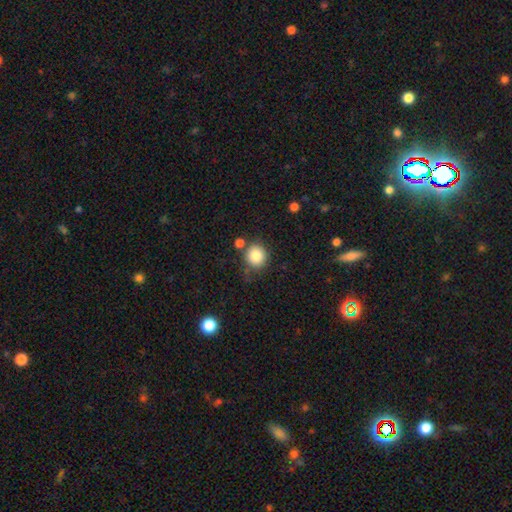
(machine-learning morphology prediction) This is clearly a smooth galaxy (84%). How rounded: clearly round (85%). Merging: likely none (72%).